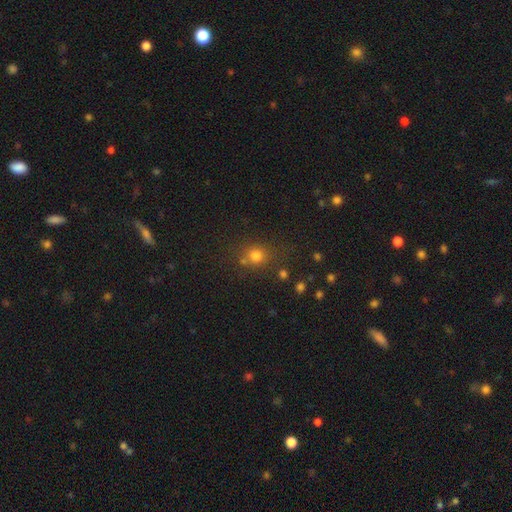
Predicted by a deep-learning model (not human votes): smooth-or-featured: smooth: 74% | star or artifact: 19% | featured or disk: 8%
  how-rounded: round: 83% | in between: 16% | cigar-shaped: 1%
  merging: none: 70% | merger: 13% | minor disturbance: 12% | major disturbance: 5%